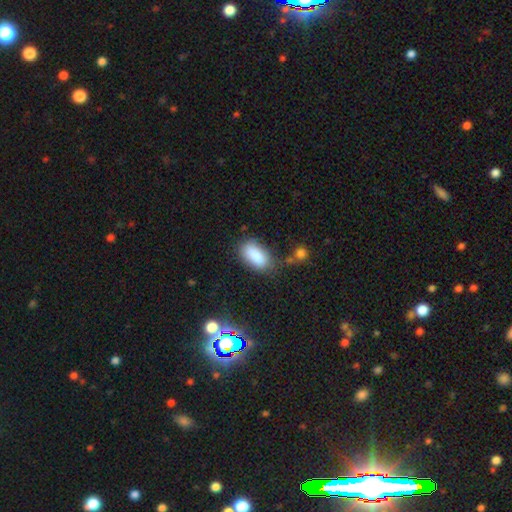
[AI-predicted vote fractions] Smooth or featured: smooth — 86% (star or artifact — 8%)
How rounded: in between — 90% (cigar-shaped — 7%)
Merging: none — 68% (minor disturbance — 20%)